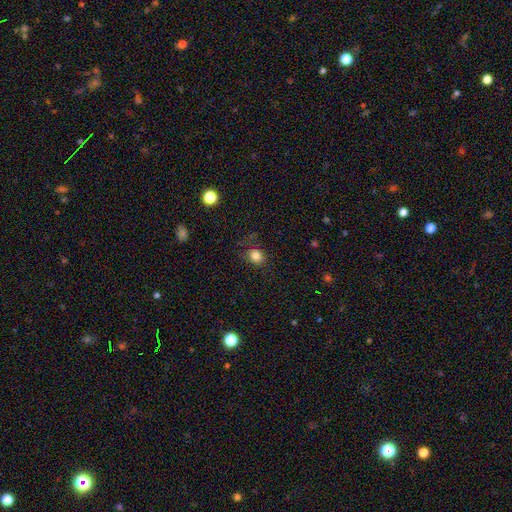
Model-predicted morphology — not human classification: The model was most divided on "how rounded": round: 77%, in between: 22%, cigar-shaped: 1%. More confident: smooth or featured — smooth (83%); merging — none (81%).